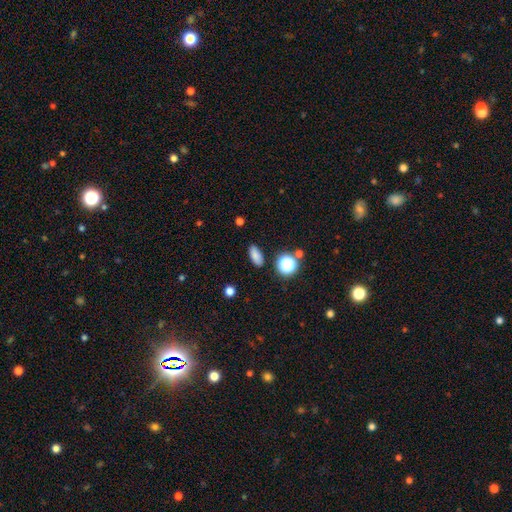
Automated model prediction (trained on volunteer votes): smooth_or_featured: smooth (p=0.81) [alt: star or artifact p=0.13]
how_rounded: in between (p=0.81) [alt: cigar-shaped p=0.10]
merging: none (p=0.86) [alt: minor disturbance p=0.09]